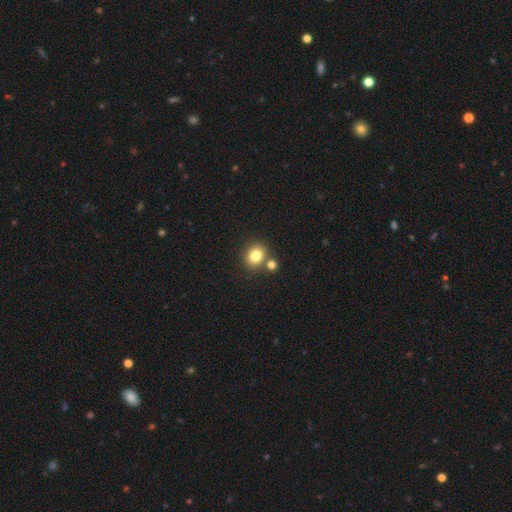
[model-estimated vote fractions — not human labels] Morphology: type=smooth (81%); roundness=round (65%); merging=none (68%).